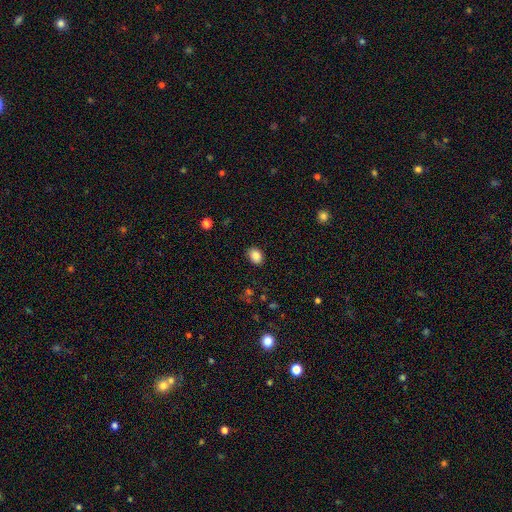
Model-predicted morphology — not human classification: Overall: smooth (87%). How rounded: in between (69%; round 30%). Merging: none (86%).